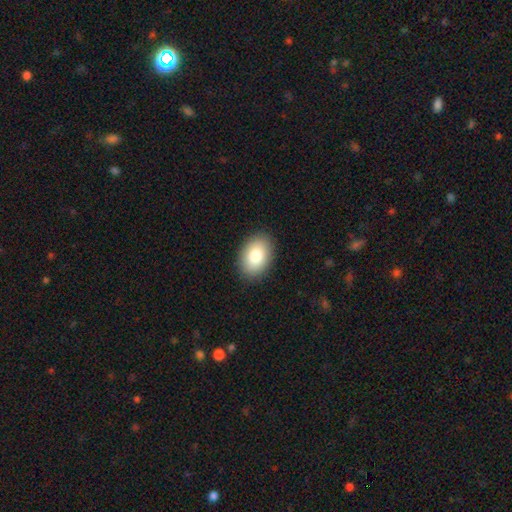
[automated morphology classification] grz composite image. It shows a smooth galaxy with no disk features (82%) that is in between round and cigar-shaped (84%). Merging: none (89%).